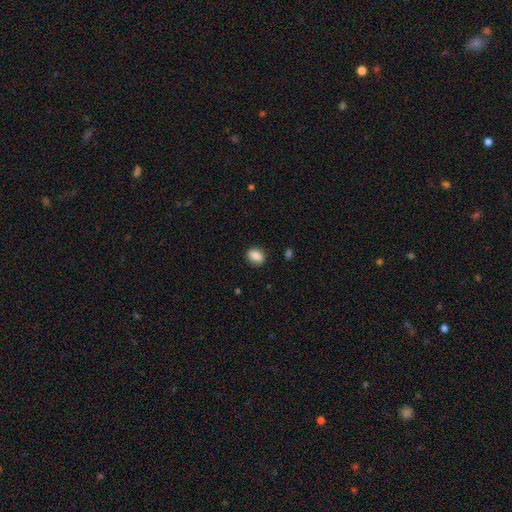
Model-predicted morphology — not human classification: smooth 86%, star or artifact 8%, featured or disk 6%. Down the decision tree: how rounded — in between (58%); merging — none (87%).